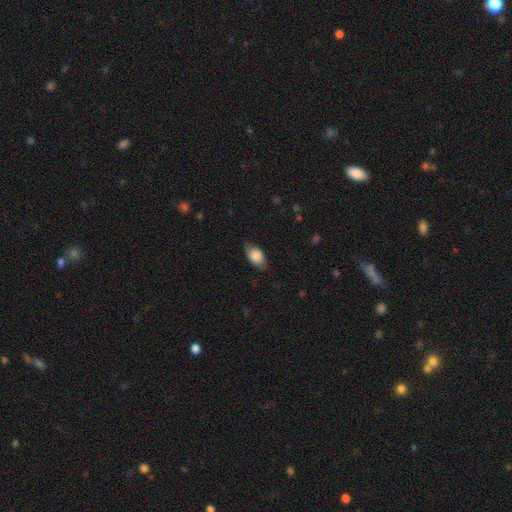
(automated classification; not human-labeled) smooth 83%, featured or disk 10%, star or artifact 7%. Down the decision tree: how rounded — in between (89%); merging — none (77%).